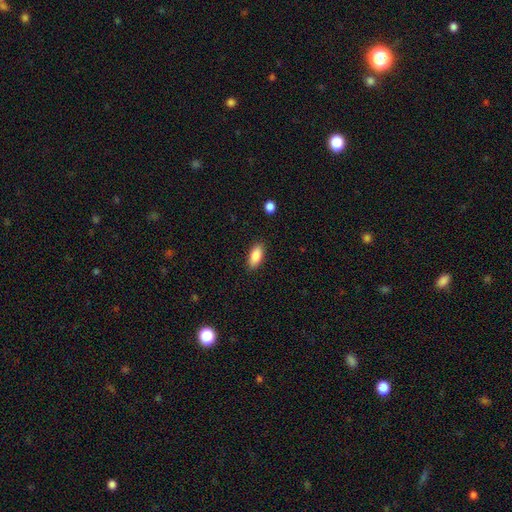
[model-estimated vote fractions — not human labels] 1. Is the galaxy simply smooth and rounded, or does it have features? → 86% smooth, 7% featured or disk, 7% star or artifact.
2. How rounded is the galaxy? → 86% in between, 11% cigar-shaped, 2% round.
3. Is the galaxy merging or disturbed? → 88% none, 9% minor disturbance, 2% major disturbance, 1% merger.